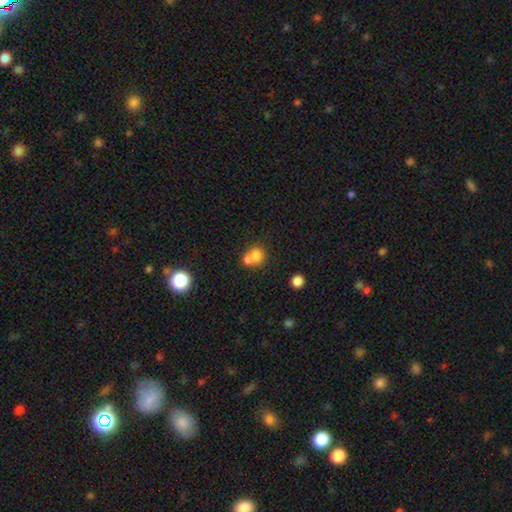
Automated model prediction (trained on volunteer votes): Q: Smooth or featured?
A: smooth (73%); runner-up: featured or disk (15%)
Q: How rounded?
A: round (78%); runner-up: in between (21%)
Q: Merging?
A: merger (60%); runner-up: none (31%)